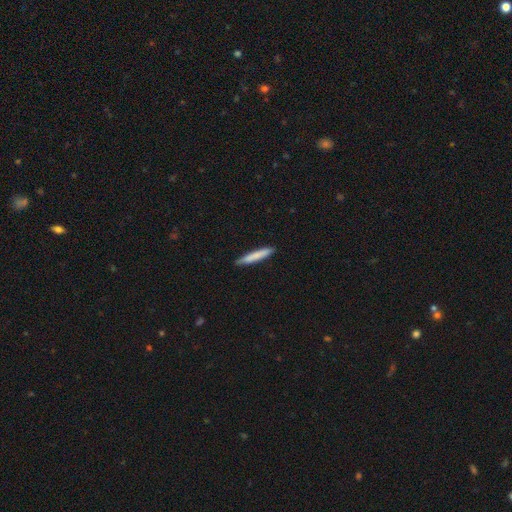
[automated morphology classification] This appears to be a smooth galaxy with no disk features (79%) that is cigar-shaped (94%). Merging: none (89%).